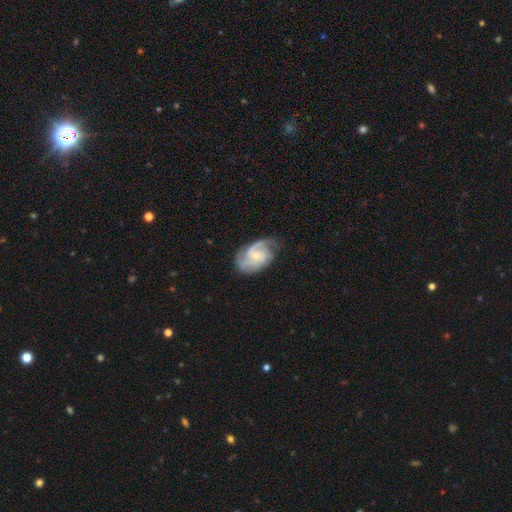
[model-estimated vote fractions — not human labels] Smooth or featured? Predicted: featured or disk (p=0.86). Edge-on disk? Predicted: no (p=0.98). Bar? Predicted: no (p=0.58). Spiral arms? Predicted: yes (p=0.97). Spiral winding? Predicted: medium (p=0.47). Spiral arm count? Predicted: 2 (p=0.49). Bulge size? Predicted: small (p=0.64). Merging? Predicted: none (p=0.70).